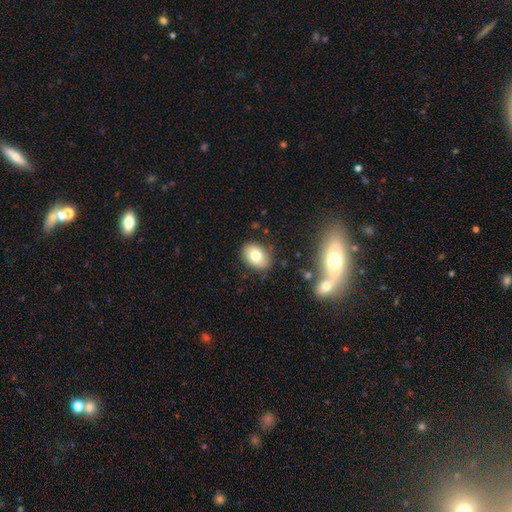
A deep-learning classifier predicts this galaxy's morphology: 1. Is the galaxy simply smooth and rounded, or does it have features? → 76% smooth, 15% featured or disk, 10% star or artifact.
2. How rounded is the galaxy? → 73% in between, 26% round, 1% cigar-shaped.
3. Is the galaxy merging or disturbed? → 82% none, 13% minor disturbance, 3% major disturbance, 2% merger.